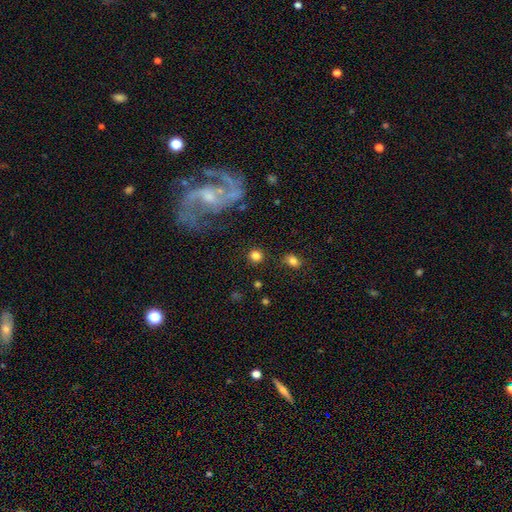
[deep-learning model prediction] Smooth or featured? Predicted: smooth (p=0.81). How rounded? Predicted: round (p=0.87). Merging? Predicted: none (p=0.86).